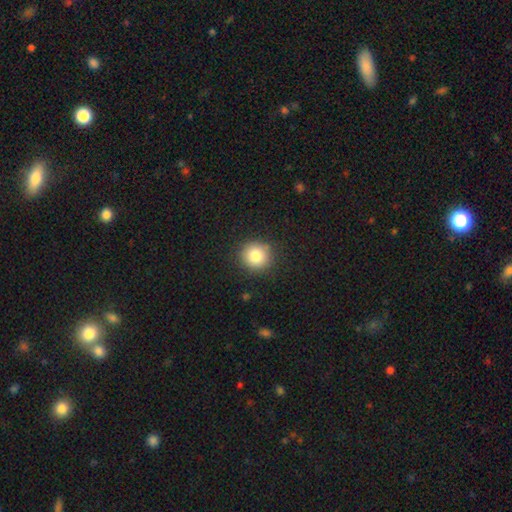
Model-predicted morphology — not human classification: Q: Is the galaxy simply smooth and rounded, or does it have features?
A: smooth — 82%.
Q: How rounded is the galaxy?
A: round — 91%.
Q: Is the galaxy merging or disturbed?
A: none — 88%.